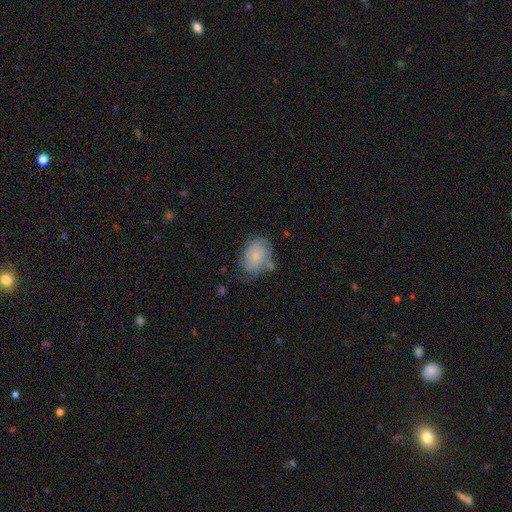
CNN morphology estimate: A smooth galaxy with no disk features (69%) that is in between round and cigar-shaped (75%). Merging: none (47%).